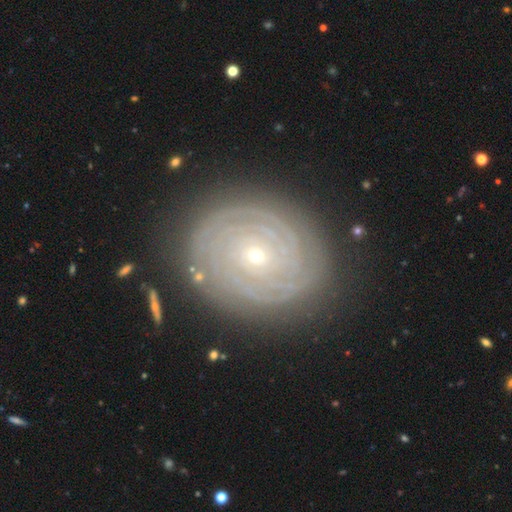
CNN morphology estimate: Smooth or featured: featured or disk — 85% (smooth — 9%)
Edge-on disk: no — 97% (yes — 3%)
Bar: no — 77% (weak — 17%)
Spiral arms: yes — 96% (no — 4%)
Spiral winding: tight — 88% (medium — 10%)
Spiral arm count: 2 — 27% (can't tell — 25%)
Bulge size: small — 81% (moderate — 16%)
Merging: none — 84% (minor disturbance — 11%)